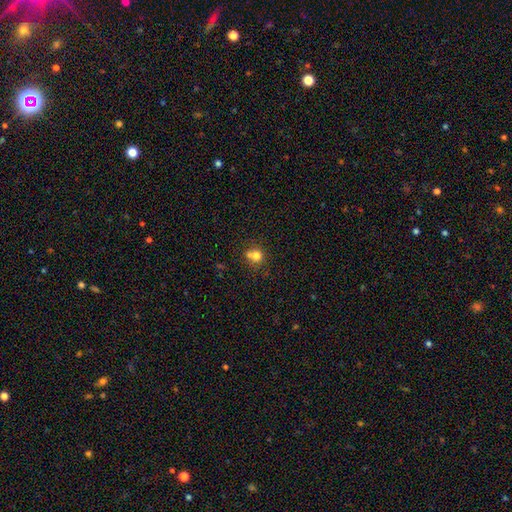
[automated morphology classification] Q: Smooth or featured?
A: smooth (74%); runner-up: star or artifact (14%)
Q: How rounded?
A: round (82%); runner-up: in between (17%)
Q: Merging?
A: none (47%); runner-up: merger (38%)